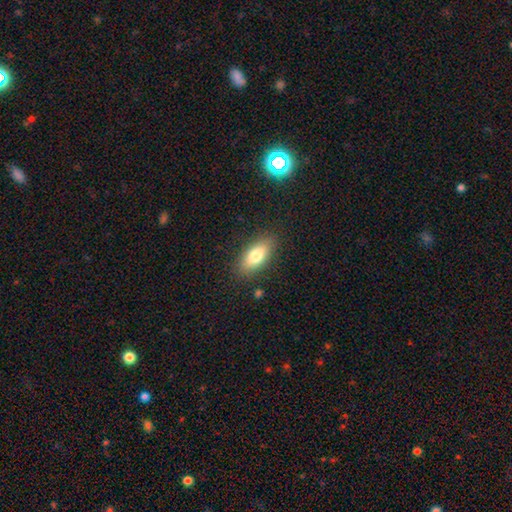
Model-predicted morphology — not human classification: Smooth or featured: smooth — 79% (featured or disk — 14%)
How rounded: in between — 84% (cigar-shaped — 13%)
Merging: none — 85% (minor disturbance — 10%)